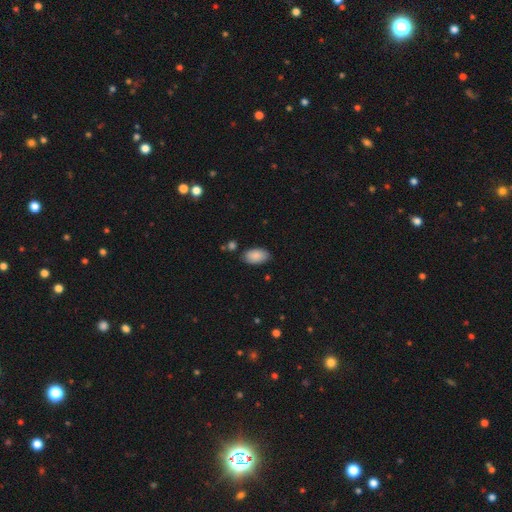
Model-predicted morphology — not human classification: A smooth galaxy with no disk features (89%) that is in between round and cigar-shaped (95%).

Vote fractions:
- Smooth or featured? smooth: 89% / star or artifact: 6% / featured or disk: 5%
- How rounded? in between: 95% / round: 3% / cigar-shaped: 2%
- Merging? none: 81% / minor disturbance: 13% / merger: 3% / major disturbance: 3%